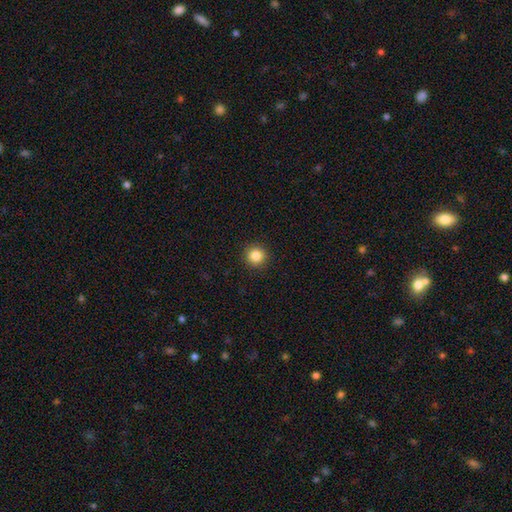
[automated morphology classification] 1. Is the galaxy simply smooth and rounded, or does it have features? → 86% smooth, 10% star or artifact, 4% featured or disk.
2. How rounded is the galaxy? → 95% round, 4% in between, 1% cigar-shaped.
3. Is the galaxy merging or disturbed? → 93% none, 5% minor disturbance, 2% major disturbance, 1% merger.